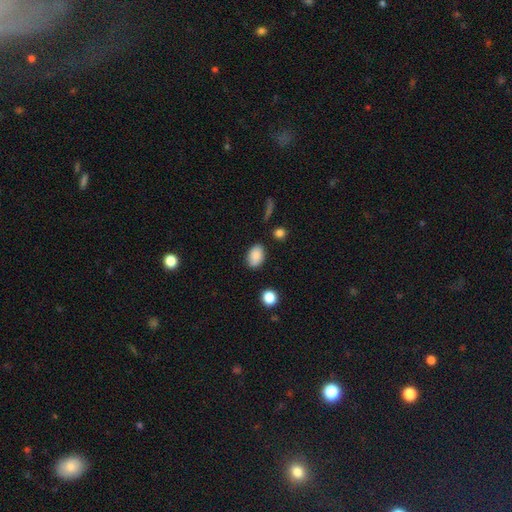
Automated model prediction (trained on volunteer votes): This is clearly a smooth galaxy (87%). How rounded: clearly in between (88%). Merging: clearly none (83%).